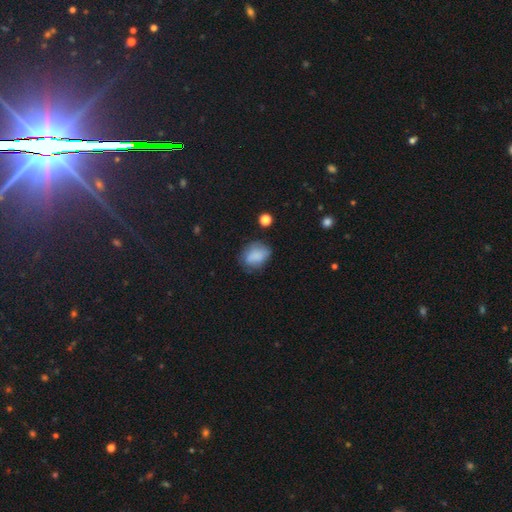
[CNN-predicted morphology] type=smooth (78%); roundness=in between (64%); merging=none (59%).